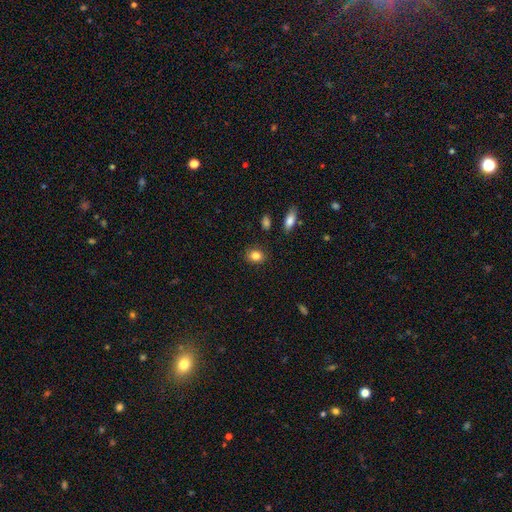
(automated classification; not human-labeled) A smooth galaxy with no disk features (84%) that is in between round and cigar-shaped (51%).

Vote fractions:
- Smooth or featured? smooth: 84% / star or artifact: 9% / featured or disk: 7%
- How rounded? in between: 51% / round: 48% / cigar-shaped: 1%
- Merging? none: 88% / minor disturbance: 8% / major disturbance: 2% / merger: 2%